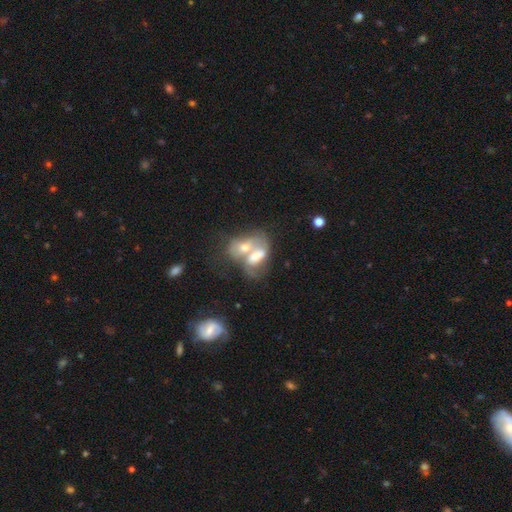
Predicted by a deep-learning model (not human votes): smooth-or-featured: featured or disk: 52% | smooth: 40% | star or artifact: 8%
  disk-edge-on: no: 95% | yes: 5%
  merging: merger: 81% | none: 8% | major disturbance: 6% | minor disturbance: 5%